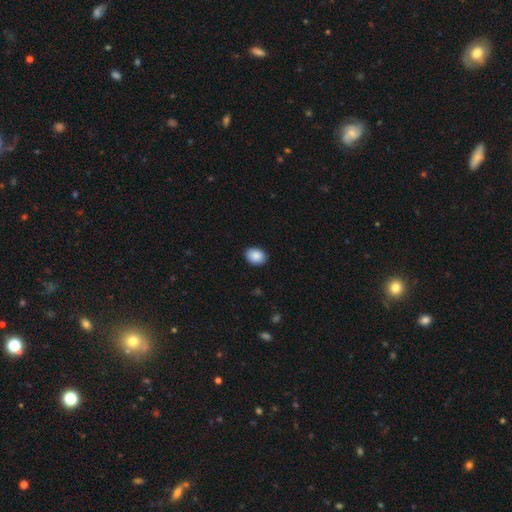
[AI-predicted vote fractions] Q: Smooth or featured?
A: smooth (89%); runner-up: star or artifact (7%)
Q: How rounded?
A: in between (69%); runner-up: round (30%)
Q: Merging?
A: none (89%); runner-up: minor disturbance (8%)